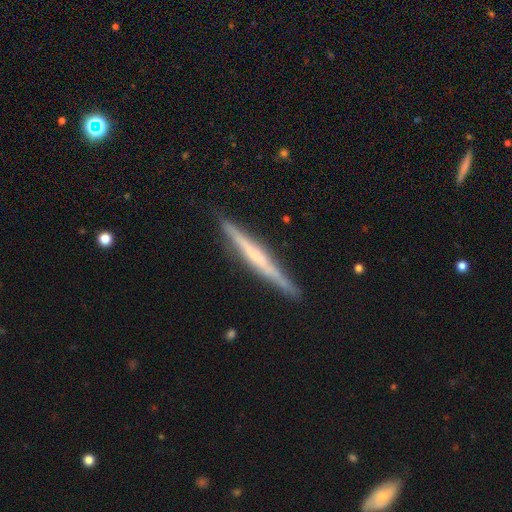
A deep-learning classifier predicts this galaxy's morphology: This appears to be a featured or disk galaxy (67%) viewed edge-on (98%) with no central bulge (52%). Merging: none (89%).